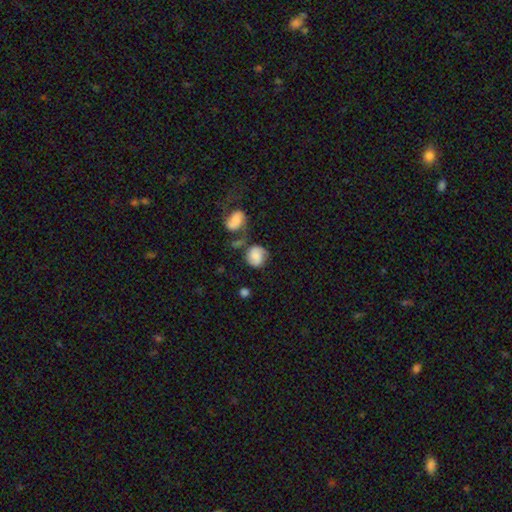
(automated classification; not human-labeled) A smooth galaxy with no disk features (56%) that is round (74%).

Vote fractions:
- Smooth or featured? smooth: 56% / featured or disk: 35% / star or artifact: 8%
- How rounded? round: 74% / in between: 25% / cigar-shaped: 1%
- Merging? none: 47% / merger: 22% / minor disturbance: 19% / major disturbance: 12%